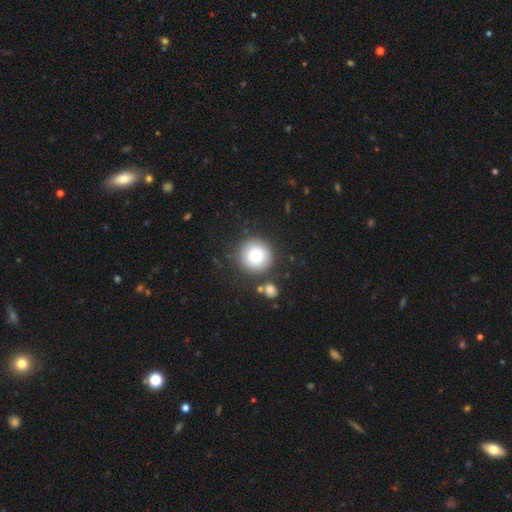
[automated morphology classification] The model was most divided on "smooth or featured": smooth: 80%, featured or disk: 10%, star or artifact: 9%. More confident: how rounded — round (95%); merging — none (81%).